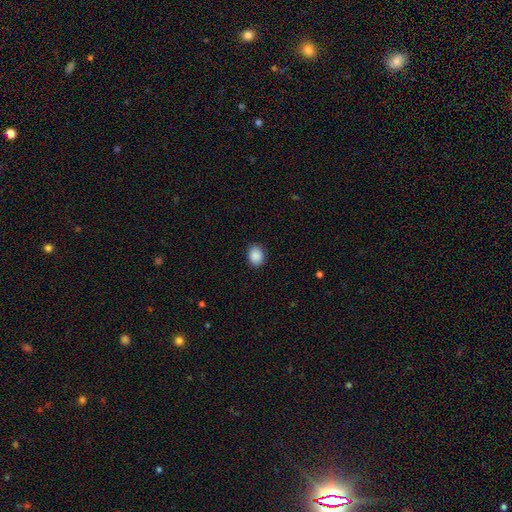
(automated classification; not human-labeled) Smooth or featured? Predicted: smooth (p=0.89). How rounded? Predicted: in between (p=0.50). Merging? Predicted: none (p=0.88).